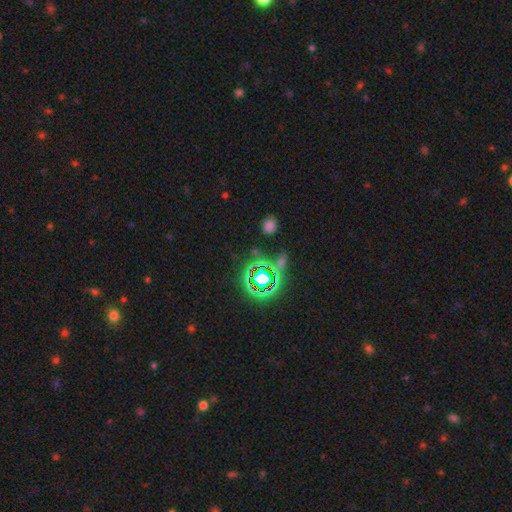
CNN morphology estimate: Smooth or featured: star or artifact — 70% (smooth — 17%)